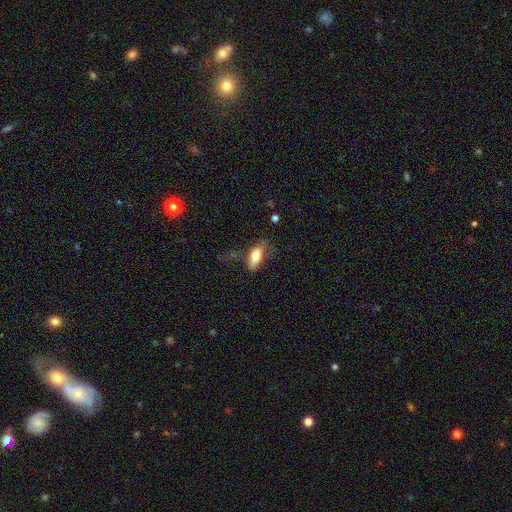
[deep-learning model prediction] Smooth or featured: smooth — 73% (featured or disk — 20%)
How rounded: in between — 80% (cigar-shaped — 17%)
Merging: none — 52% (minor disturbance — 28%)